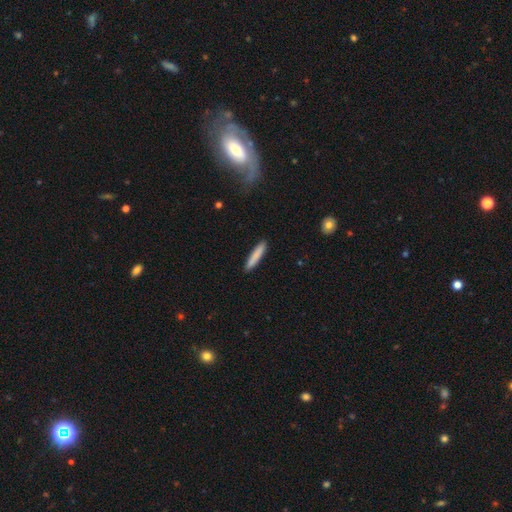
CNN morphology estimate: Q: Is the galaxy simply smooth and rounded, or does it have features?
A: smooth — 84%.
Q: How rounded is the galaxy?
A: cigar-shaped — 92%.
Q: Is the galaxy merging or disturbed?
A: none — 91%.